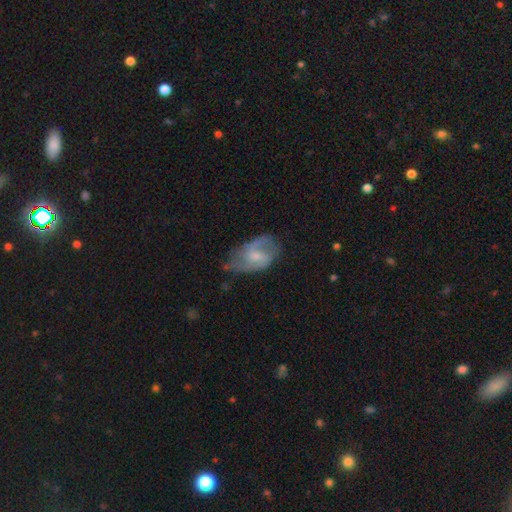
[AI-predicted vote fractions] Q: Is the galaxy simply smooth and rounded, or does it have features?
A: featured or disk — 59%.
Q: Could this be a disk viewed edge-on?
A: no — 96%.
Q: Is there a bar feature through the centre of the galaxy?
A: weak — 49%.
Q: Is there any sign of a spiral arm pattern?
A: yes — 73%.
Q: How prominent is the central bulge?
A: small — 42%.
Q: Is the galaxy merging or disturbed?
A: none — 42%.